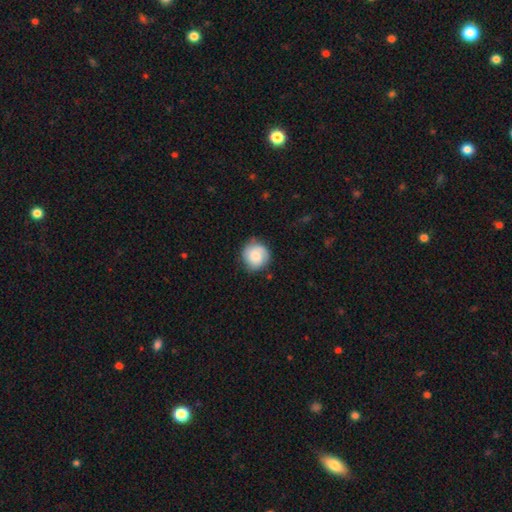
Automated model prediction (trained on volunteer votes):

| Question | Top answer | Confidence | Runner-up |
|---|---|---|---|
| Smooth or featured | smooth | 59% | featured or disk (34%) |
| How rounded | round | 90% | in between (9%) |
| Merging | none | 77% | minor disturbance (17%) |